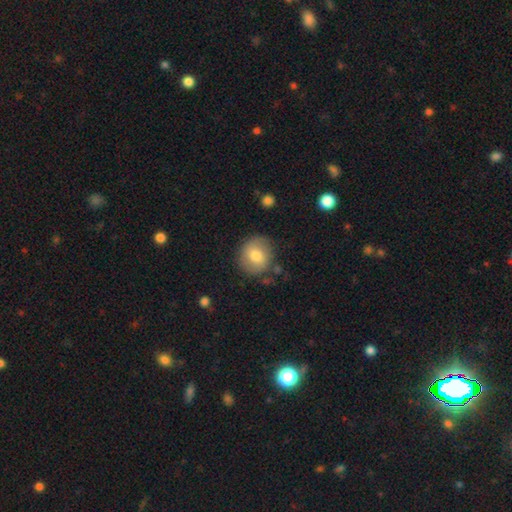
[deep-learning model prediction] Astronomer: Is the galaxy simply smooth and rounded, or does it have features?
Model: smooth — 75%.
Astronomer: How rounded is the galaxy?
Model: round — 84%.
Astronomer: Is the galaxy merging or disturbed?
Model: none — 79%.